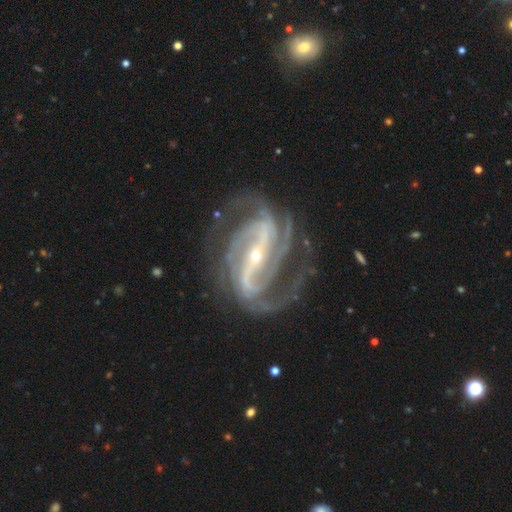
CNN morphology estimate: smooth-or-featured: featured or disk: 93% | star or artifact: 5% | smooth: 2%
  disk-edge-on: no: 97% | yes: 3%
    bar: strong: 74% | weak: 18% | no: 8%
    has-spiral-arms: yes: 98% | no: 2%
      spiral-winding: medium: 50% | tight: 38% | loose: 12%
      spiral-arm-count: 3: 30% | 2: 28% | 4: 19% | can't tell: 10% | more than 4: 7% | 1: 7%
    bulge-size: small: 80% | moderate: 17% | large: 1% | none: 1% | dominant: 1%
  merging: none: 69% | minor disturbance: 16% | major disturbance: 13% | merger: 2%